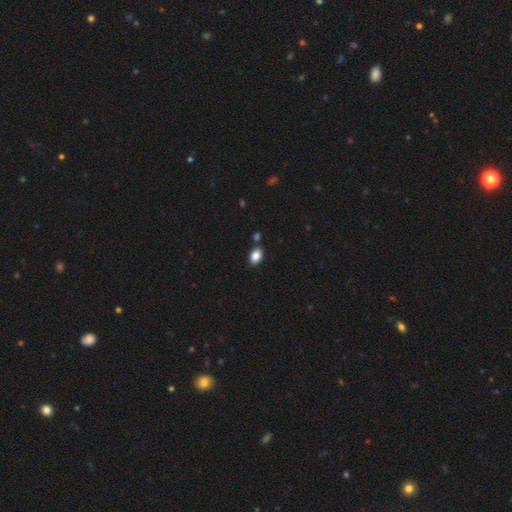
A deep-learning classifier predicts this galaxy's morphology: smooth-or-featured: smooth: 86% | star or artifact: 9% | featured or disk: 4%
  how-rounded: in between: 82% | round: 17% | cigar-shaped: 1%
  merging: none: 81% | minor disturbance: 11% | merger: 6% | major disturbance: 2%